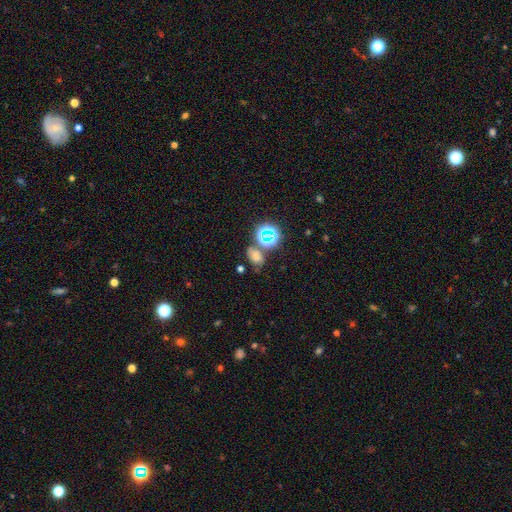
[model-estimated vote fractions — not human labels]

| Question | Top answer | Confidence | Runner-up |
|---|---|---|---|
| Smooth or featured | smooth | 55% | star or artifact (32%) |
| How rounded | in between | 71% | round (27%) |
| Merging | none | 57% | merger (18%) |